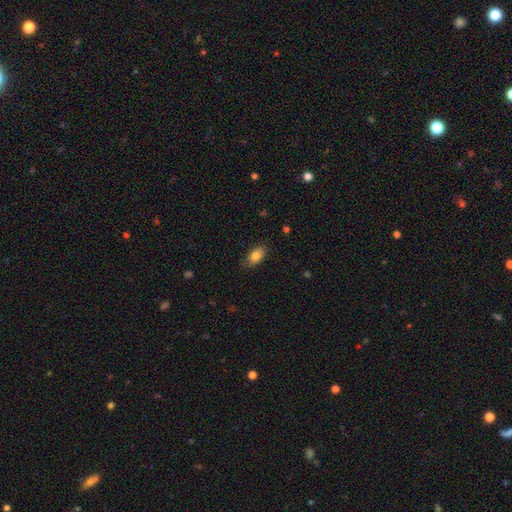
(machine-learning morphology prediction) type=smooth (81%); roundness=in between (90%); merging=none (81%).